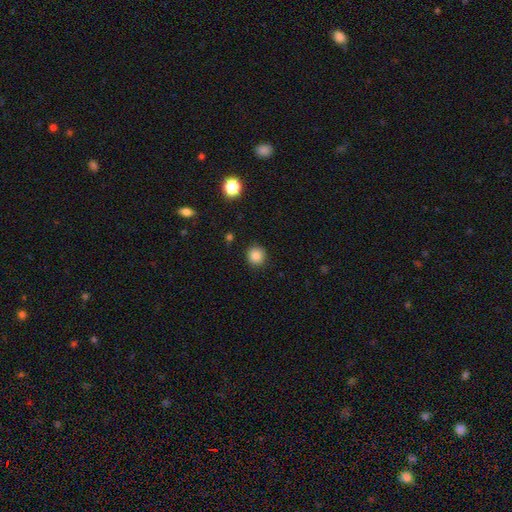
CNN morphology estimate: The model was most divided on "smooth or featured": smooth: 85%, star or artifact: 11%, featured or disk: 5%. More confident: how rounded — round (93%); merging — none (90%).